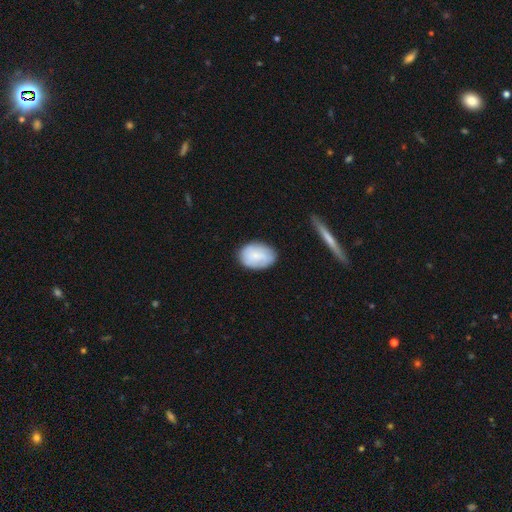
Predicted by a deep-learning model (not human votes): This appears to be a smooth galaxy with no disk features (71%) that is in between round and cigar-shaped (81%). Merging: none (78%).